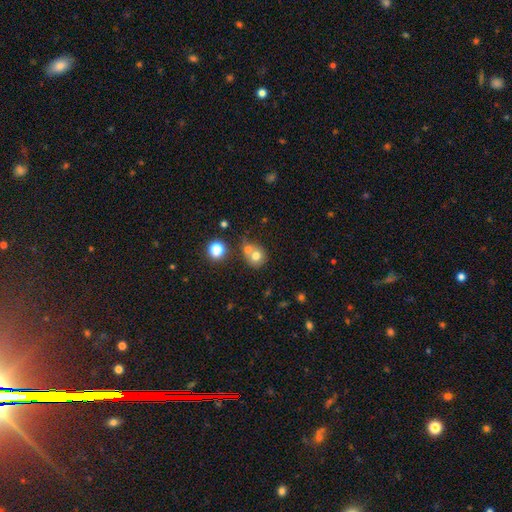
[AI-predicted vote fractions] Smooth or featured? Predicted: smooth (p=0.72). How rounded? Predicted: round (p=0.81). Merging? Predicted: merger (p=0.48).